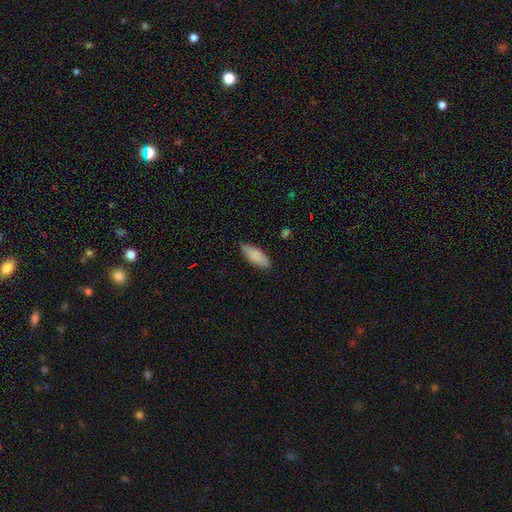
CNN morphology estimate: This appears to be a smooth galaxy with no disk features (87%) that is in between round and cigar-shaped (71%). Merging: none (82%).